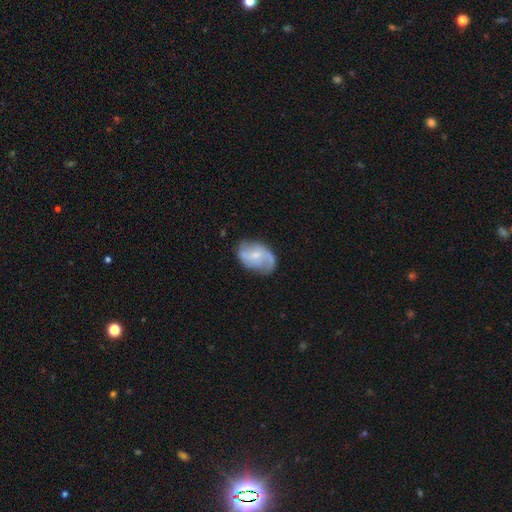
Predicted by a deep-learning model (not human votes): Q: Smooth or featured?
A: featured or disk (70%); runner-up: smooth (23%)
Q: Edge-on disk?
A: no (97%); runner-up: yes (3%)
Q: Bar?
A: no (44%); tied with: weak (44%)
Q: Spiral arms?
A: yes (88%); runner-up: no (12%)
Q: Spiral winding?
A: loose (50%); runner-up: medium (37%)
Q: Spiral arm count?
A: 2 (78%); runner-up: can't tell (10%)
Q: Bulge size?
A: small (57%); runner-up: moderate (34%)
Q: Merging?
A: none (64%); runner-up: minor disturbance (24%)